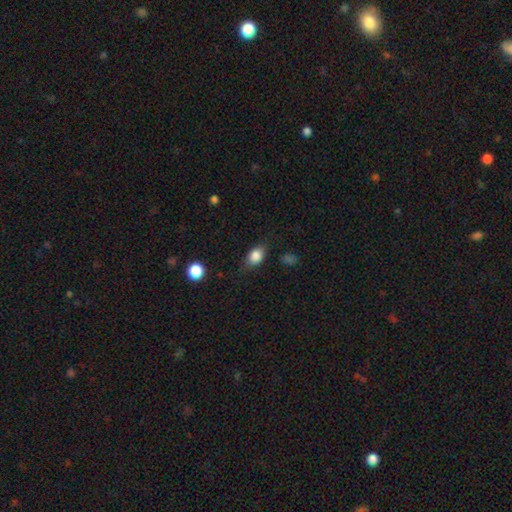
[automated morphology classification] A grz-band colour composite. It shows a smooth galaxy with no disk features (82%) that is in between round and cigar-shaped (73%). Merging: none (72%).